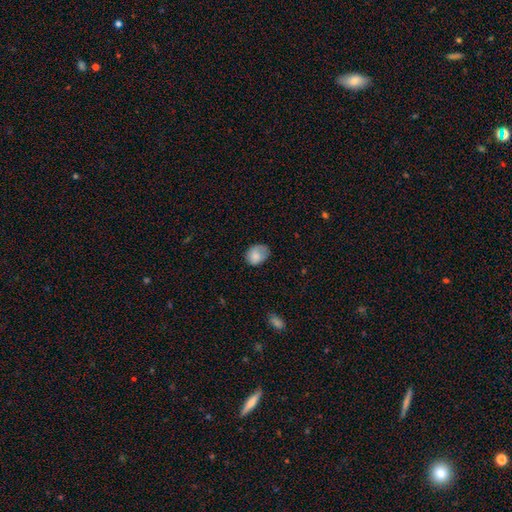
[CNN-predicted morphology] Overall: smooth (81%). How rounded: in between (58%; round 41%). Merging: none (55%; minor disturbance 32%).